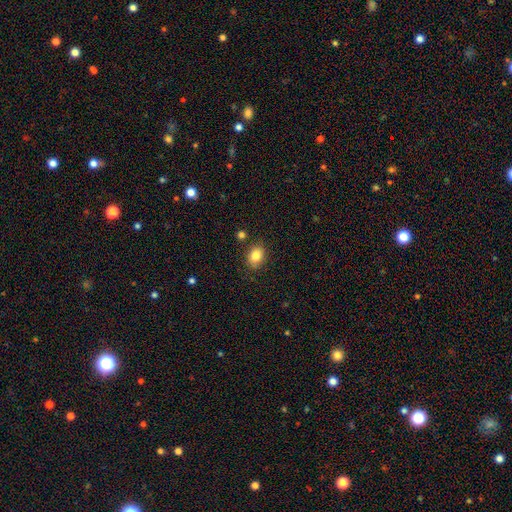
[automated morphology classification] Overall: smooth (83%). How rounded: in between (64%; round 35%). Merging: none (83%).